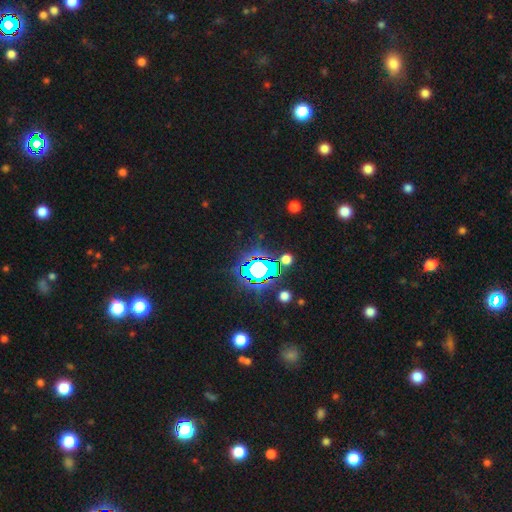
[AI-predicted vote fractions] smooth-or-featured: star or artifact: 73% | smooth: 17% | featured or disk: 10%